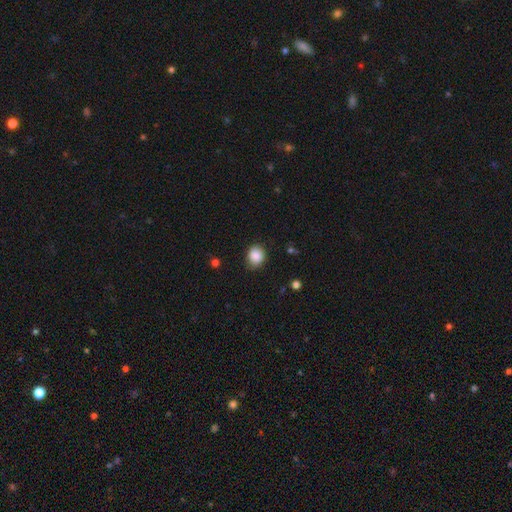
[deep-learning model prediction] smooth_or_featured: smooth (p=0.88) [alt: star or artifact p=0.09]
how_rounded: round (p=0.74) [alt: in between p=0.25]
merging: none (p=0.81) [alt: minor disturbance p=0.15]